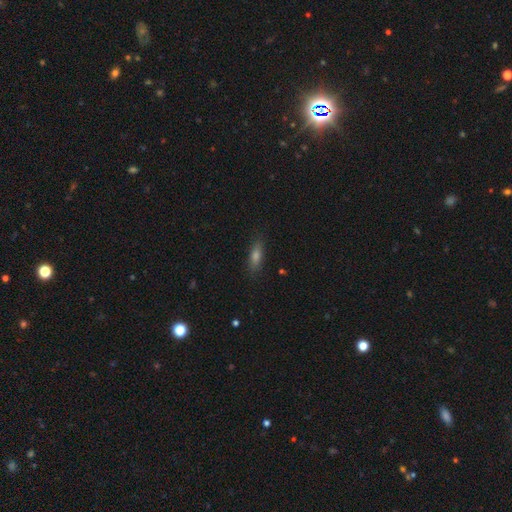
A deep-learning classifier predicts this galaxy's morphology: smooth-or-featured: smooth: 66% | featured or disk: 19% | star or artifact: 14%
  how-rounded: in between: 50% | cigar-shaped: 45% | round: 4%
  merging: none: 85% | minor disturbance: 11% | major disturbance: 3% | merger: 1%